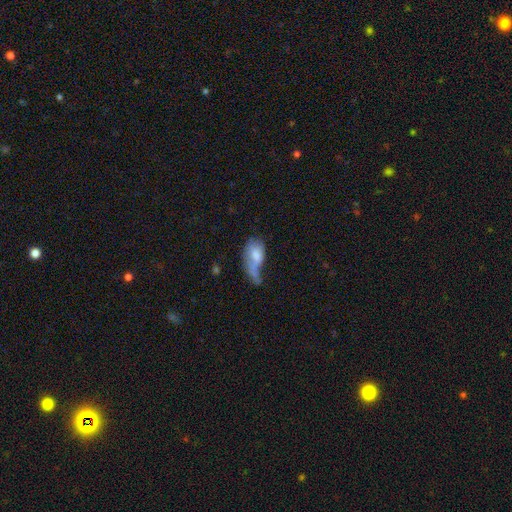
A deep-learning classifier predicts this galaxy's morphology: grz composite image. It shows a smooth galaxy with no disk features (61%) that is in between round and cigar-shaped (87%). Merging: major disturbance (47%).